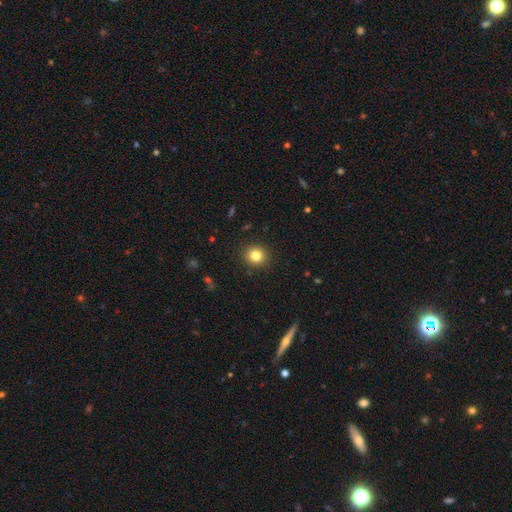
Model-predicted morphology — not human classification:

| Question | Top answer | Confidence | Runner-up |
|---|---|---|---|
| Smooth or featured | smooth | 82% | star or artifact (12%) |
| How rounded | round | 89% | in between (10%) |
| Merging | none | 91% | minor disturbance (6%) |